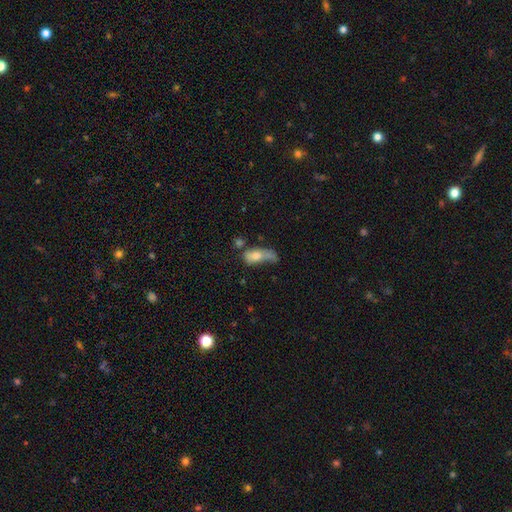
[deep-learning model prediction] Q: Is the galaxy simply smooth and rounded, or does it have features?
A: smooth — 59%.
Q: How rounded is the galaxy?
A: in between — 74%.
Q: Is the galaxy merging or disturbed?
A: major disturbance — 36%.